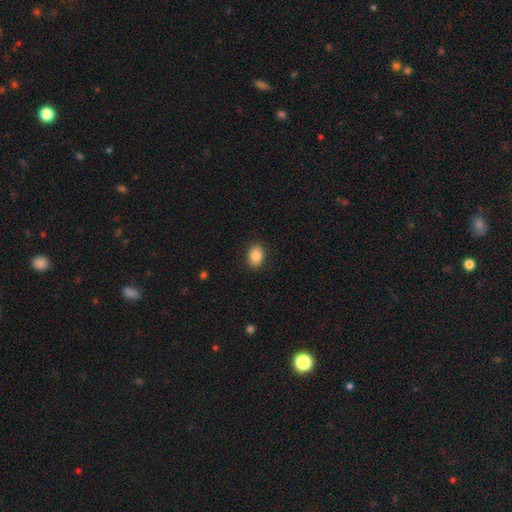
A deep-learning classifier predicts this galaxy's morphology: smooth 86%, star or artifact 8%, featured or disk 6%. Down the decision tree: how rounded — in between (77%); merging — none (89%).